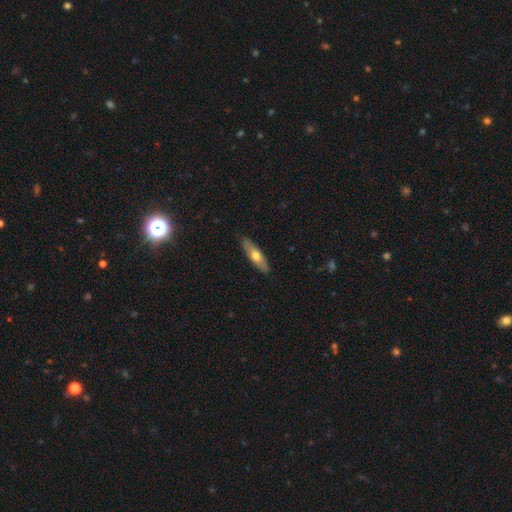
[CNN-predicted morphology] Smooth or featured: smooth — 57% (featured or disk — 37%)
How rounded: cigar-shaped — 55% (in between — 43%)
Merging: none — 88% (minor disturbance — 10%)